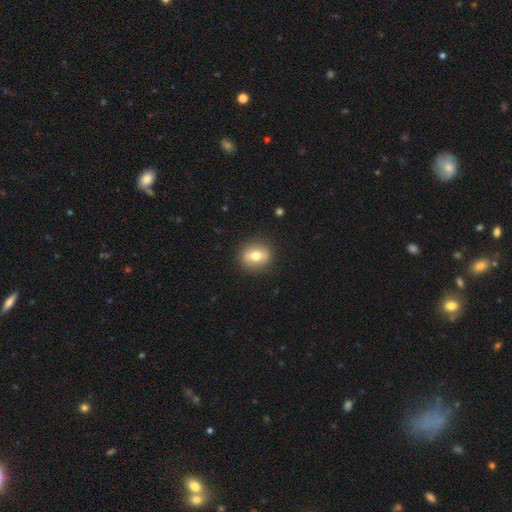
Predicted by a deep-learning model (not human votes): Q: Smooth or featured?
A: smooth (67%); runner-up: featured or disk (25%)
Q: How rounded?
A: round (71%); runner-up: in between (28%)
Q: Merging?
A: none (88%); runner-up: minor disturbance (8%)